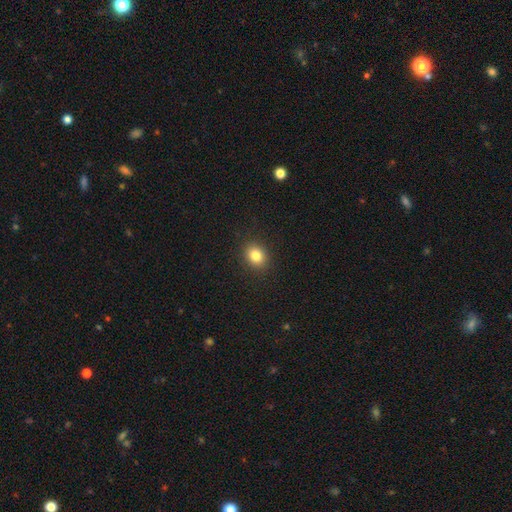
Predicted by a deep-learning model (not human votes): A smooth galaxy with no disk features (83%) that is round (59%).

Vote fractions:
- Smooth or featured? smooth: 83% / star or artifact: 11% / featured or disk: 7%
- How rounded? round: 59% / in between: 40% / cigar-shaped: 1%
- Merging? none: 90% / minor disturbance: 7% / major disturbance: 2% / merger: 1%